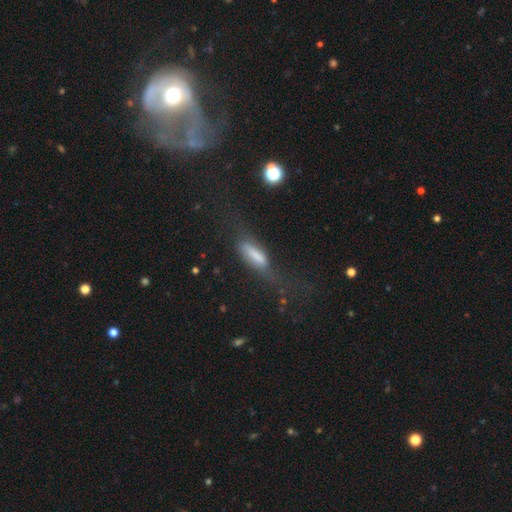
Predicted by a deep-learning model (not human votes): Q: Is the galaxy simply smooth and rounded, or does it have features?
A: smooth — 66%.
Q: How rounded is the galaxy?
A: cigar-shaped — 52%.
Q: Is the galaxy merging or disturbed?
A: none — 38%.